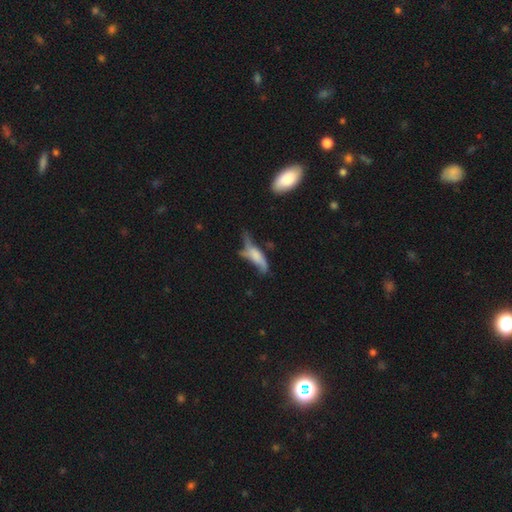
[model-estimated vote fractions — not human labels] This appears to be a smooth galaxy with no disk features (54%) that is cigar-shaped (56%). Merging: none (31%).